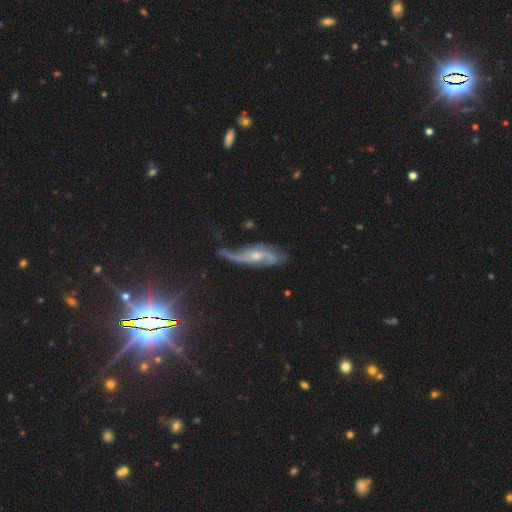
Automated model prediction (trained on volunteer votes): Q: Smooth or featured?
A: featured or disk (79%); runner-up: smooth (12%)
Q: Edge-on disk?
A: no (85%); runner-up: yes (15%)
Q: Bar?
A: no (62%); runner-up: weak (31%)
Q: Spiral arms?
A: yes (91%); runner-up: no (9%)
Q: Spiral winding?
A: loose (59%); runner-up: medium (29%)
Q: Spiral arm count?
A: 2 (69%); runner-up: can't tell (13%)
Q: Bulge size?
A: small (51%); runner-up: moderate (41%)
Q: Merging?
A: none (45%); runner-up: minor disturbance (26%)